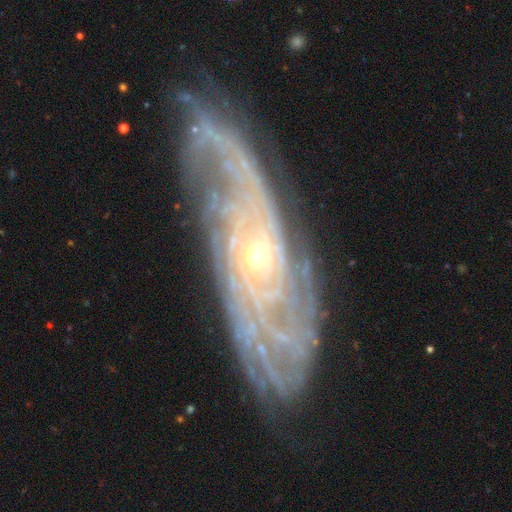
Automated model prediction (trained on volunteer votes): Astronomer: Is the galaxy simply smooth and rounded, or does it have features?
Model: featured or disk — 88%.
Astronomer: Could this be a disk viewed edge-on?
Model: no — 88%.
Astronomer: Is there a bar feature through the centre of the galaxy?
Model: no — 69%.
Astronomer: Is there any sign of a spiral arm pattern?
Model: yes — 97%.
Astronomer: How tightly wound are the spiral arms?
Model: tight — 64%.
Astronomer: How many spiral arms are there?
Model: can't tell — 33% (runner-up: 2, 21%).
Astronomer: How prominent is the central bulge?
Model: small — 73%.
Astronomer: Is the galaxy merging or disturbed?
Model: none — 77%.